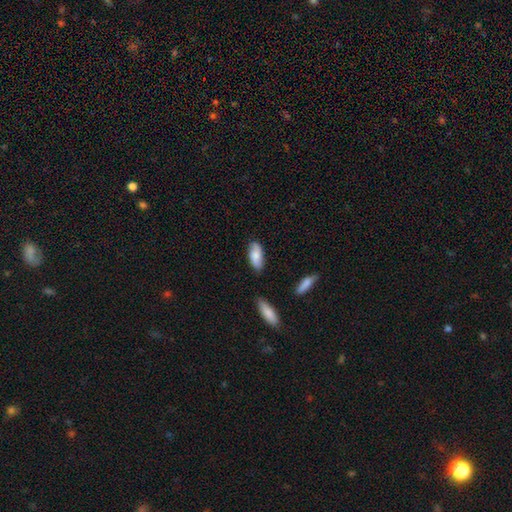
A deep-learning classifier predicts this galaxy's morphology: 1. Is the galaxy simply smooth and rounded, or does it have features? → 77% smooth, 17% featured or disk, 6% star or artifact.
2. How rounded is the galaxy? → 88% in between, 10% cigar-shaped, 3% round.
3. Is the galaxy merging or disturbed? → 77% none, 16% minor disturbance, 3% merger, 3% major disturbance.